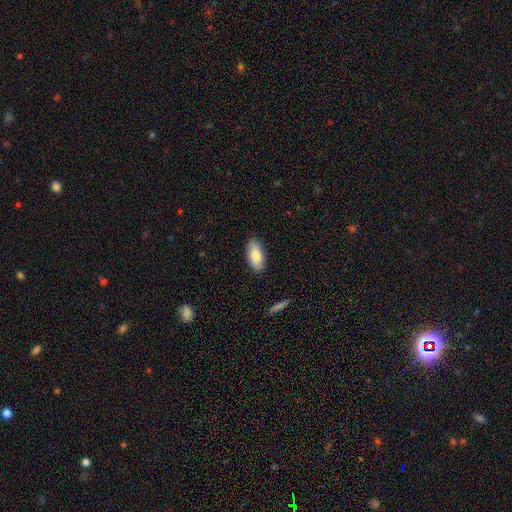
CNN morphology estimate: Smooth or featured? smooth (82%)
How rounded? in between (89%)
Merging? none (85%)